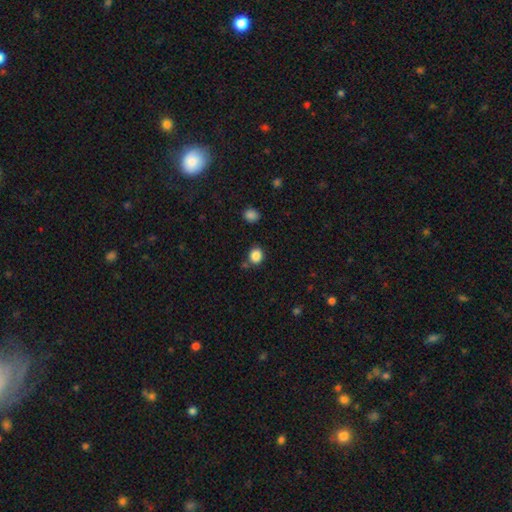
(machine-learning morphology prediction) This appears to be a smooth galaxy with no disk features (86%) that is round (72%). Merging: none (77%).